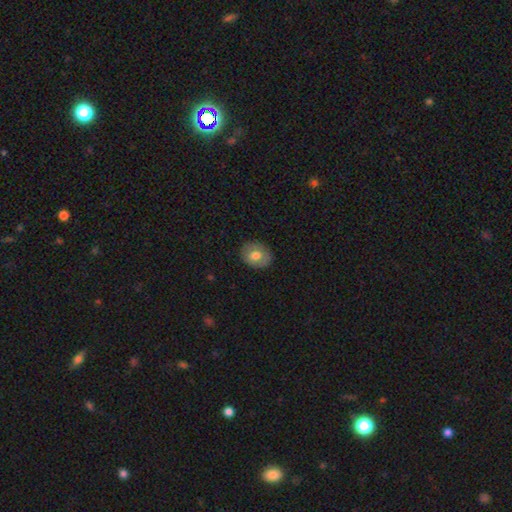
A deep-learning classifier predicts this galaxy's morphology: This appears to be a smooth galaxy with no disk features (71%) that is round (61%). Merging: none (85%).